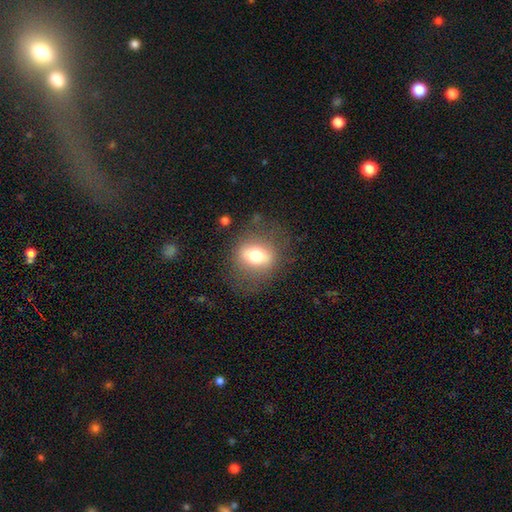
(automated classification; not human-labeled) Overall: smooth (58%; featured or disk 33%). How rounded: in between (58%; round 38%). Merging: none (72%).